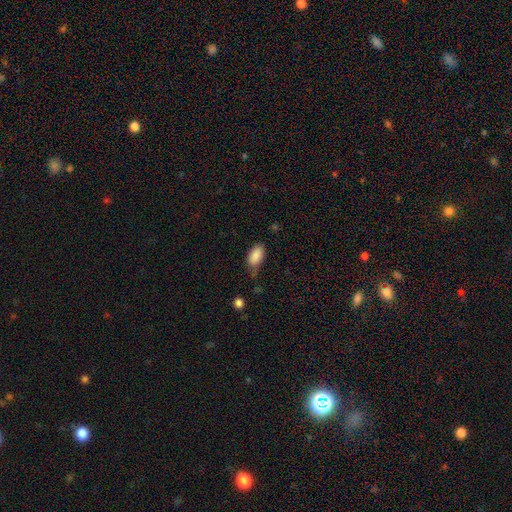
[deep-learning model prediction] A smooth galaxy with no disk features (88%) that is in between round and cigar-shaped (94%). Merging: none (56%).